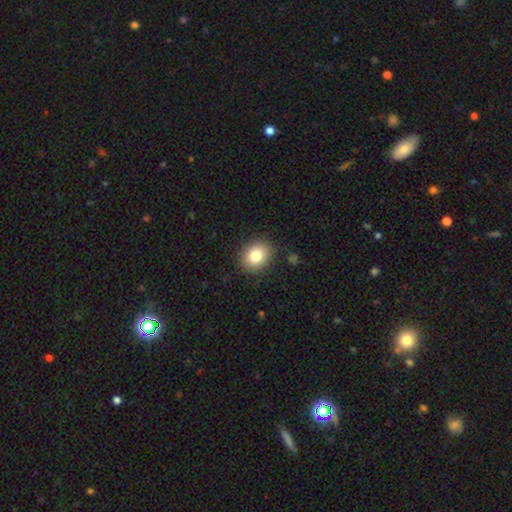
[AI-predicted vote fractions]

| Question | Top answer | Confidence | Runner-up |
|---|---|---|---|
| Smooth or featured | smooth | 81% | star or artifact (10%) |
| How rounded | round | 60% | in between (39%) |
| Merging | none | 88% | minor disturbance (8%) |